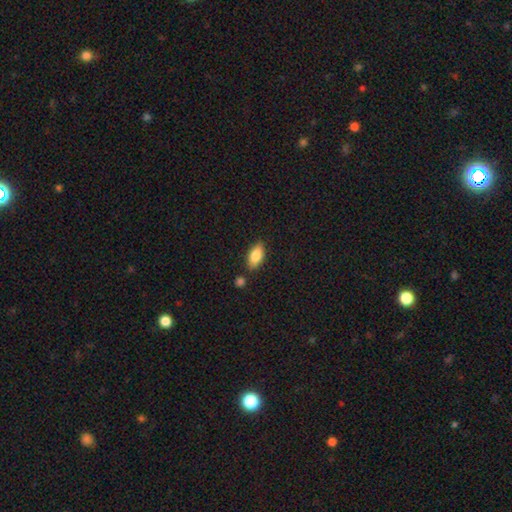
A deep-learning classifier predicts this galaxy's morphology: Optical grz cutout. It shows a smooth galaxy with no disk features (82%) that is in between round and cigar-shaped (89%). Merging: none (80%).